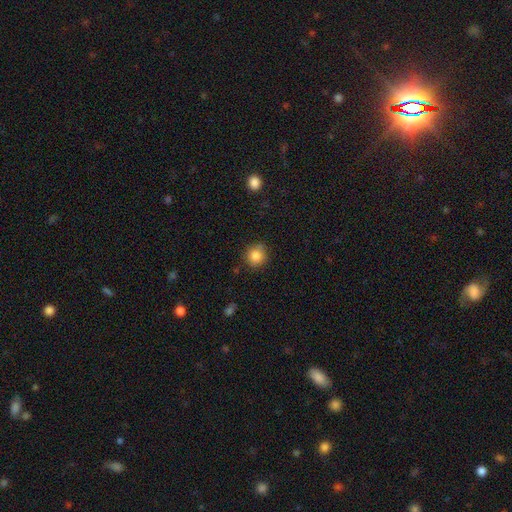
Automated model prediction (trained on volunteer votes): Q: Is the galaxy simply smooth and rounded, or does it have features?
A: smooth — 85%.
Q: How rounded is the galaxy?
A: round — 91%.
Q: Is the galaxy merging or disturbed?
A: none — 82%.